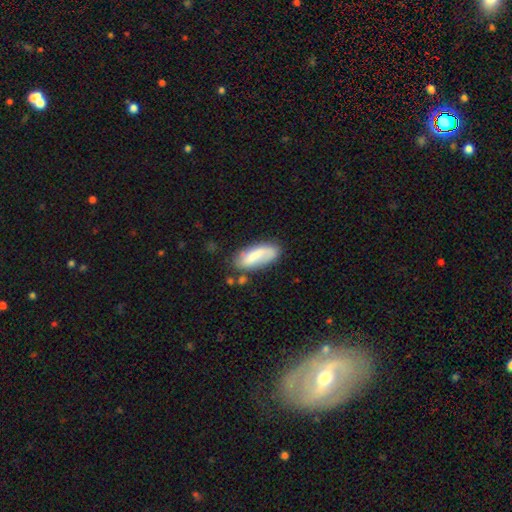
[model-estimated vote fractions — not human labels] Smooth or featured? Predicted: smooth (p=0.66). How rounded? Predicted: in between (p=0.79). Merging? Predicted: none (p=0.63).